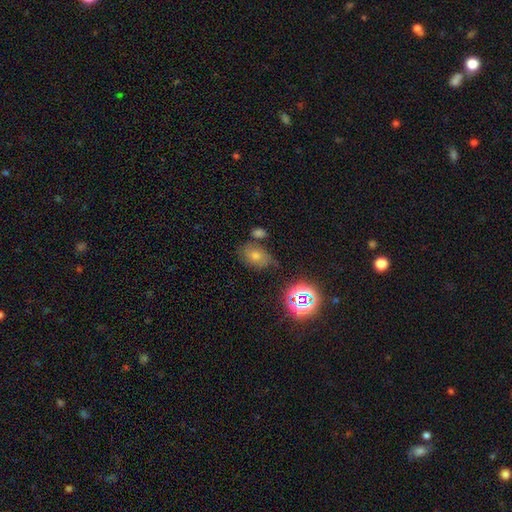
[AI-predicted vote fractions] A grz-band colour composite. It shows a smooth galaxy with no disk features (49%). Merging: none (67%).